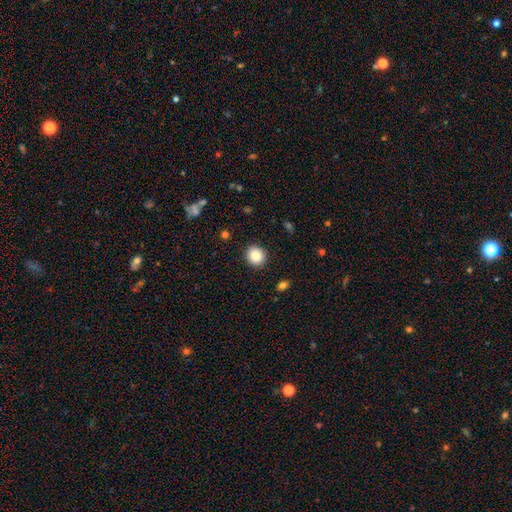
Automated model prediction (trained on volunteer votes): The model was most divided on "how rounded": round: 85%, in between: 14%, cigar-shaped: 1%. More confident: merging — none (91%); smooth or featured — smooth (85%).